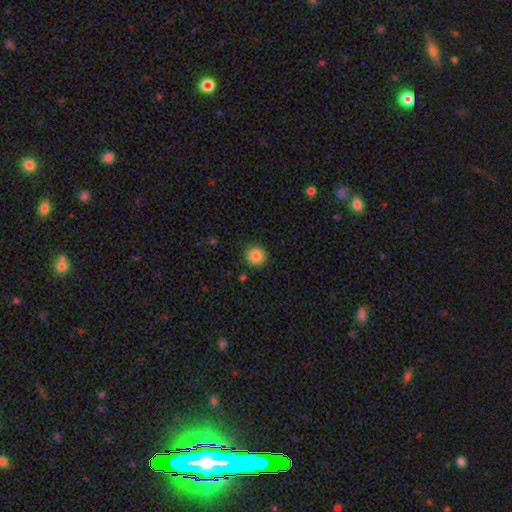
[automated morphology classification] This is clearly a smooth galaxy (85%). How rounded: clearly round (94%). Merging: clearly none (90%).